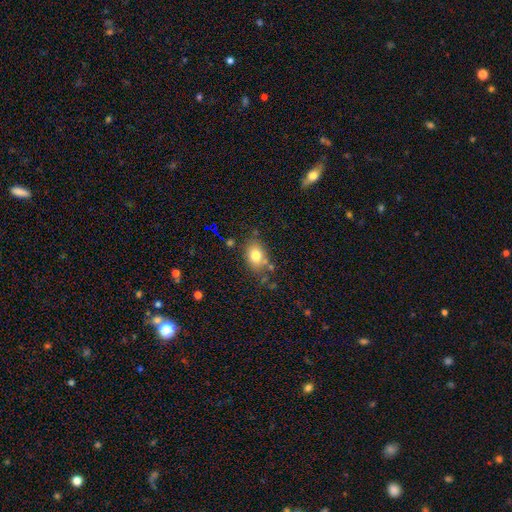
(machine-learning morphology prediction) smooth-or-featured: smooth: 78% | featured or disk: 11% | star or artifact: 11%
  how-rounded: in between: 70% | round: 29% | cigar-shaped: 1%
  merging: none: 71% | minor disturbance: 17% | merger: 7% | major disturbance: 5%